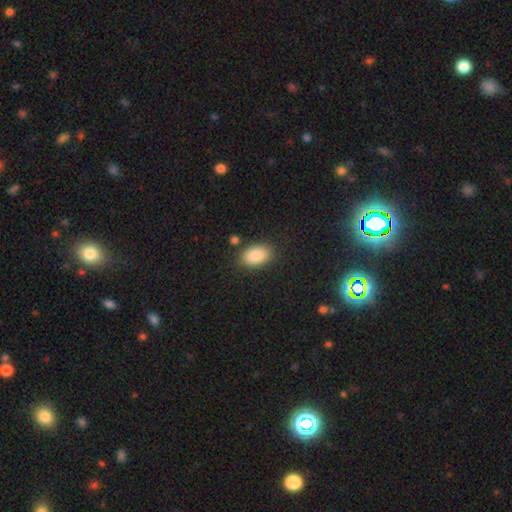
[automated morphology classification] Q: Smooth or featured?
A: smooth (88%); runner-up: star or artifact (8%)
Q: How rounded?
A: in between (90%); runner-up: round (8%)
Q: Merging?
A: none (83%); runner-up: minor disturbance (11%)